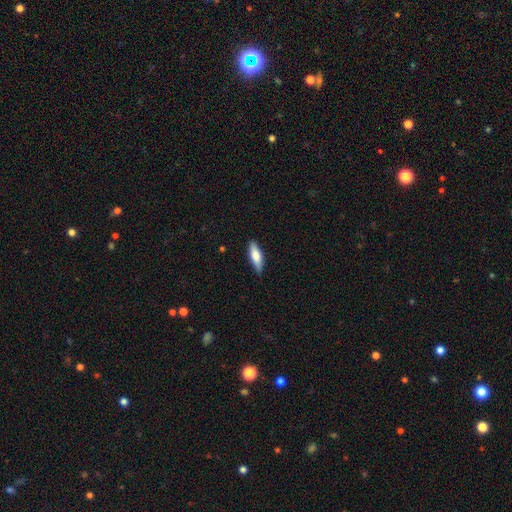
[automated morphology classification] A smooth galaxy with no disk features (71%) that is in between round and cigar-shaped (49%, tied with cigar-shaped).

Vote fractions:
- Smooth or featured? smooth: 71% / featured or disk: 24% / star or artifact: 6%
- How rounded? in between: 49% (tied) / cigar-shaped: 49% (tied) / round: 2%
- Merging? none: 84% / minor disturbance: 13% / major disturbance: 2% / merger: 1%